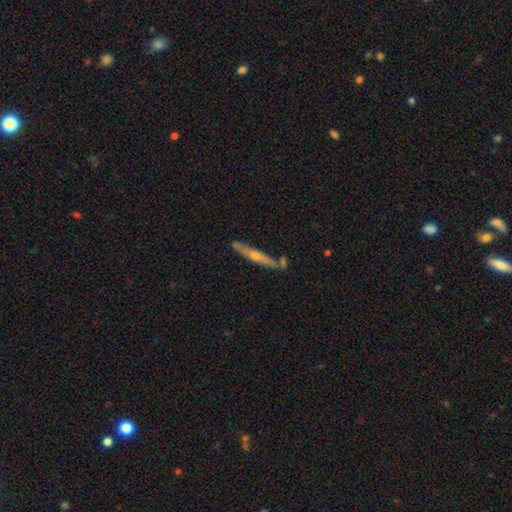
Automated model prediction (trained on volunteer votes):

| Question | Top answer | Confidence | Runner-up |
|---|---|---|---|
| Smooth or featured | featured or disk | 60% | smooth (34%) |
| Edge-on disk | yes | 92% | no (8%) |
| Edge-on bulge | rounded | 74% | none (23%) |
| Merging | none | 78% | minor disturbance (12%) |